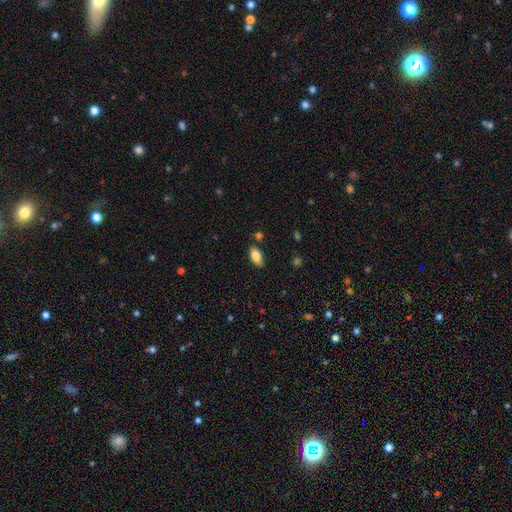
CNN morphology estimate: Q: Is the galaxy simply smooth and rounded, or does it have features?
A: smooth — 83%.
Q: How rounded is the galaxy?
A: in between — 92%.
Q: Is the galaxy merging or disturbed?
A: none — 80%.